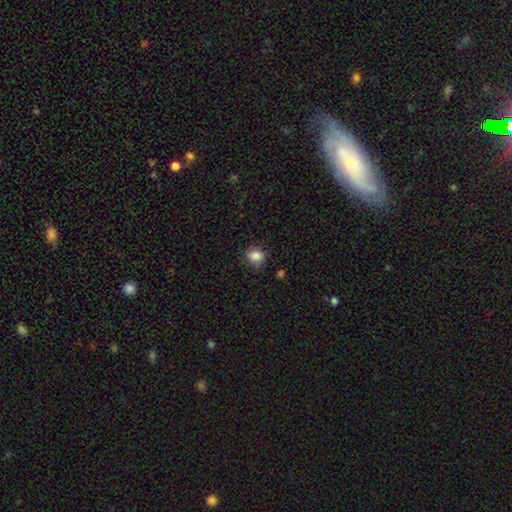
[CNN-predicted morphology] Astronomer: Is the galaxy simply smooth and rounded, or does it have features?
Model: smooth — 85%.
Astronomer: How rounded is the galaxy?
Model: round — 58% (runner-up: in between, 41%).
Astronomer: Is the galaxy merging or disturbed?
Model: none — 77%.